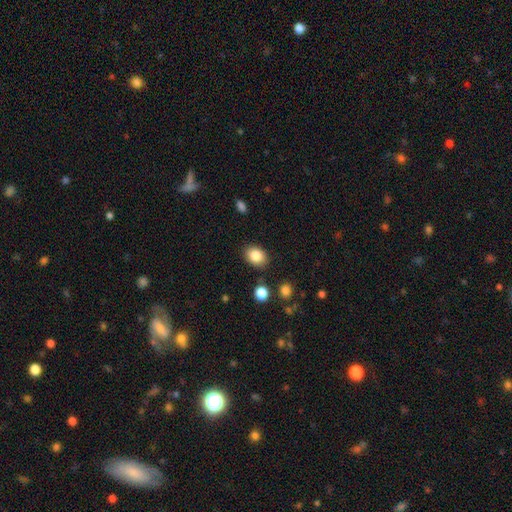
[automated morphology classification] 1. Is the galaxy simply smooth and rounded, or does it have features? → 85% smooth, 9% star or artifact, 7% featured or disk.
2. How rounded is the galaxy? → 65% in between, 34% round, 1% cigar-shaped.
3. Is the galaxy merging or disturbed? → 84% none, 11% minor disturbance, 3% major disturbance, 2% merger.